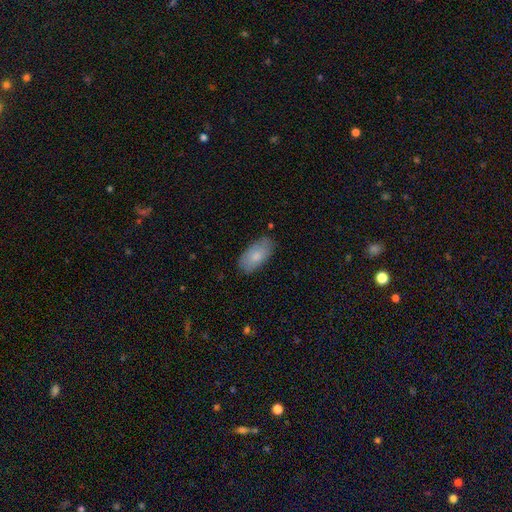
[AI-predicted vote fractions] Smooth or featured? smooth (80%)
How rounded? in between (93%)
Merging? none (79%)